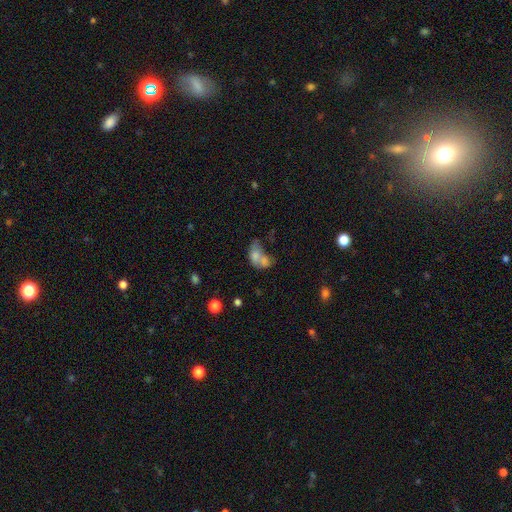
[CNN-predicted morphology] smooth 63%, featured or disk 25%, star or artifact 13%. Down the decision tree: how rounded — in between (77%); merging — merger (61%).